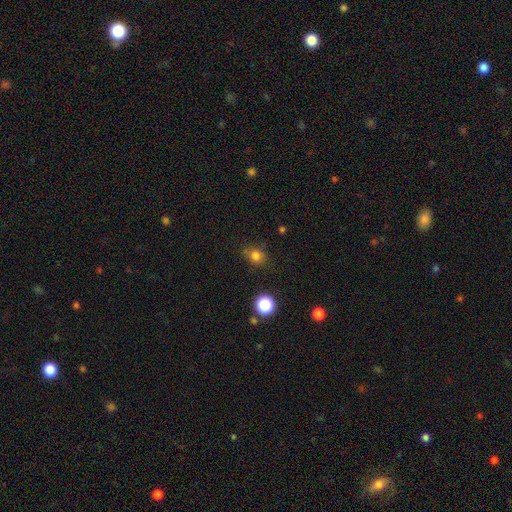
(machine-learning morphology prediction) This appears to be a smooth galaxy with no disk features (78%) that is round (73%). Merging: none (75%).